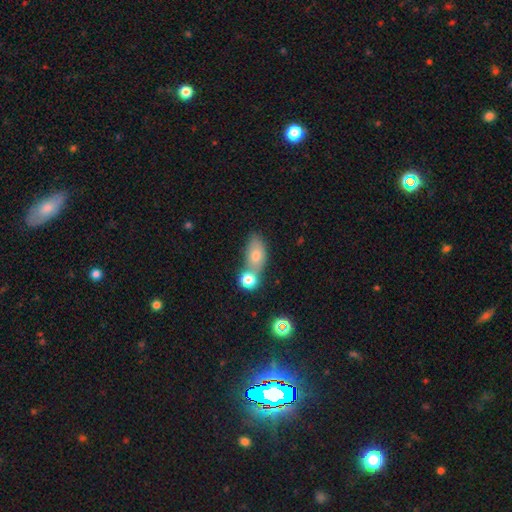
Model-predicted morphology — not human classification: Overall: smooth (73%). How rounded: in between (79%). Merging: none (43%; merger 39%).